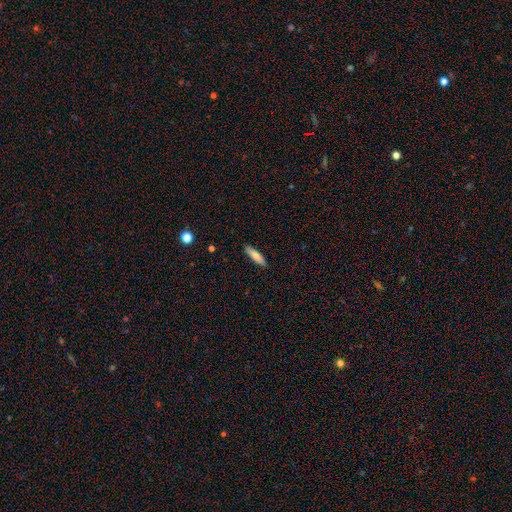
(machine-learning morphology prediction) Smooth or featured? smooth (74%)
How rounded? cigar-shaped (74%)
Merging? none (90%)